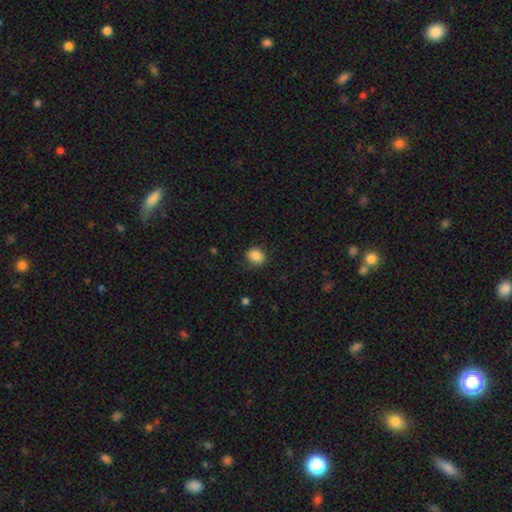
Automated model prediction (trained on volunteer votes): Smooth or featured?
  - smooth: 86% *
  - star or artifact: 9%
  - featured or disk: 5%
How rounded?
  - round: 64% *
  - in between: 35%
  - cigar-shaped: 1%
Merging?
  - none: 84% *
  - minor disturbance: 12%
  - major disturbance: 3%
  - merger: 1%